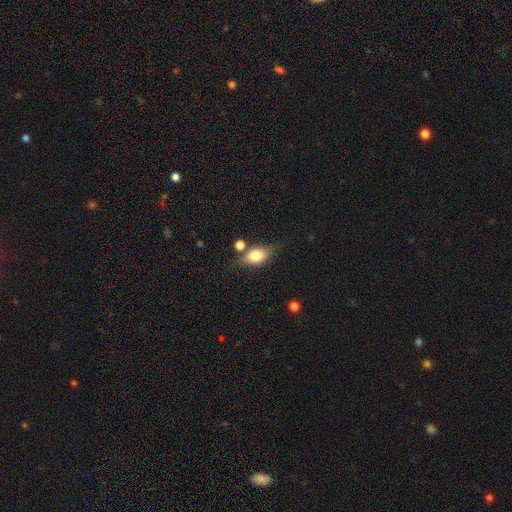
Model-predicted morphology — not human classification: This appears to be a smooth galaxy with no disk features (66%) that is in between round and cigar-shaped (73%). Merging: none (66%).